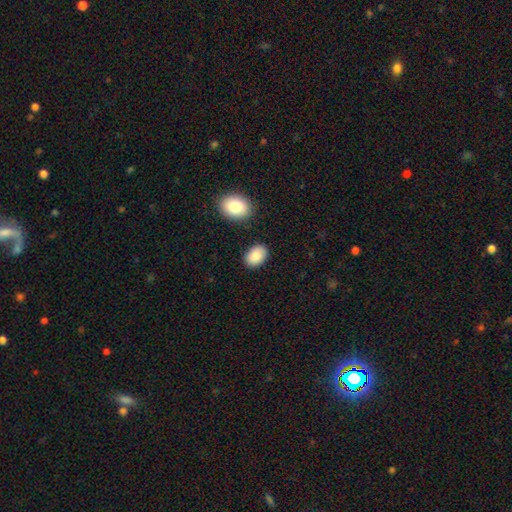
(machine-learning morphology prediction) The model was most divided on "how rounded": in between: 85%, round: 14%, cigar-shaped: 1%. More confident: smooth or featured — smooth (89%); merging — none (85%).